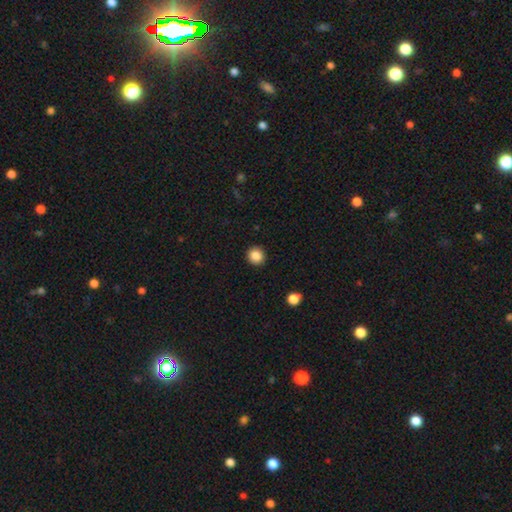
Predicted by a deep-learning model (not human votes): smooth-or-featured: smooth: 86% | star or artifact: 10% | featured or disk: 4%
  how-rounded: round: 92% | in between: 7% | cigar-shaped: 1%
  merging: none: 92% | minor disturbance: 5% | major disturbance: 2% | merger: 1%